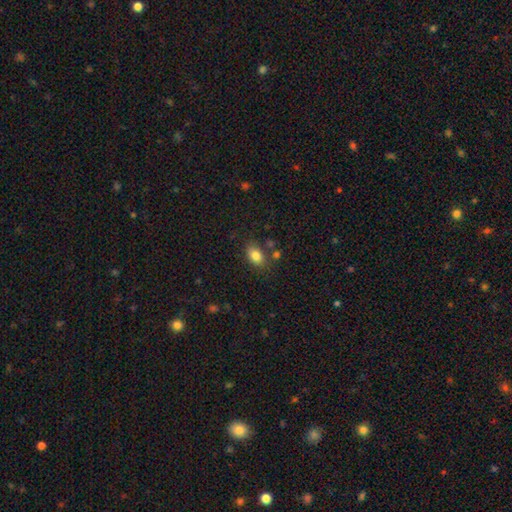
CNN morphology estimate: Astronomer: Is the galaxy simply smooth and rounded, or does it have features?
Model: smooth — 83%.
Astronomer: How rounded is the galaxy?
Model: in between — 84%.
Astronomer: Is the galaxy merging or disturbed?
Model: none — 73%.